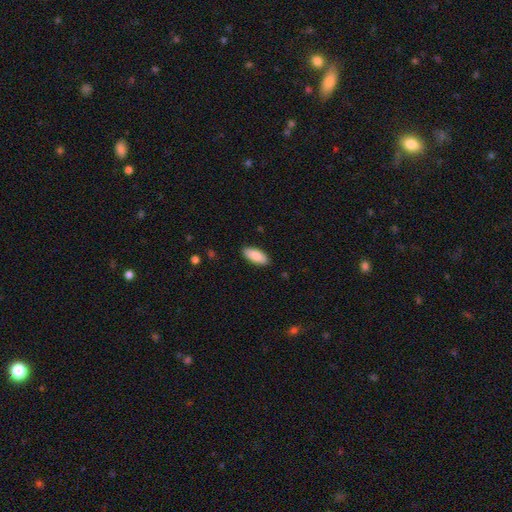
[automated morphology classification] smooth_or_featured: smooth (p=0.88) [alt: featured or disk p=0.07]
how_rounded: in between (p=0.86) [alt: cigar-shaped p=0.12]
merging: none (p=0.88) [alt: minor disturbance p=0.09]